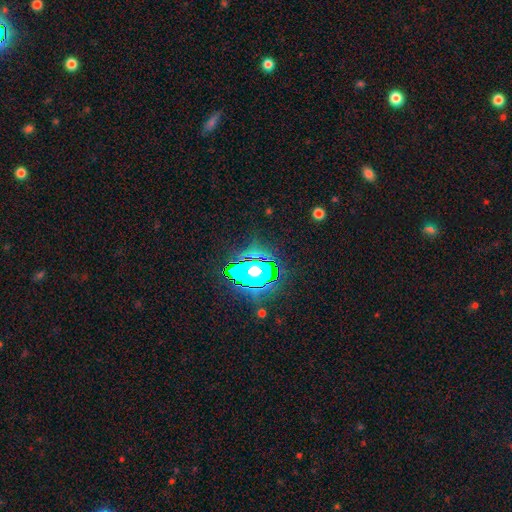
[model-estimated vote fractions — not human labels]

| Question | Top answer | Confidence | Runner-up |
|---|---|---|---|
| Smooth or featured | star or artifact | 80% | smooth (12%) |